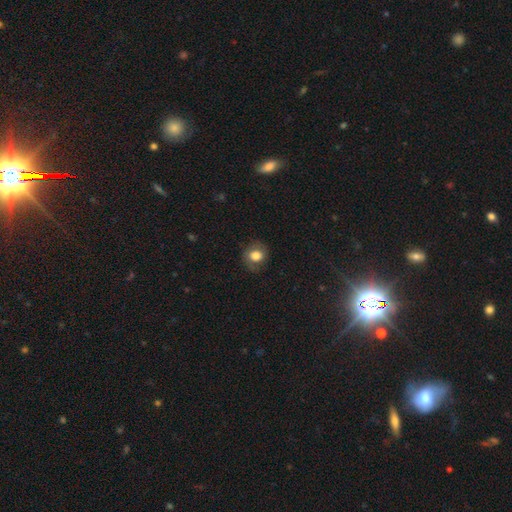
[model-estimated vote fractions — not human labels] A smooth galaxy with no disk features (75%) that is round (69%). Merging: none (76%).